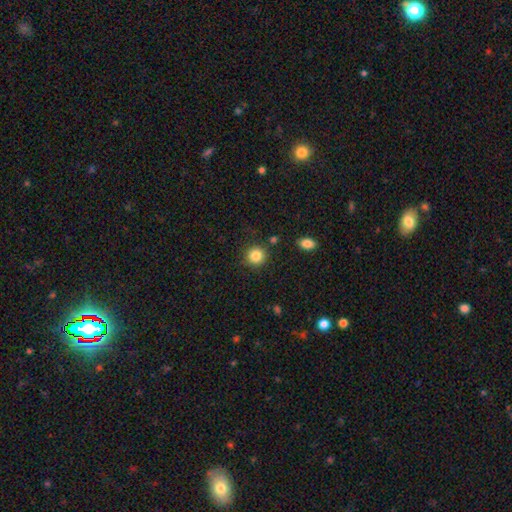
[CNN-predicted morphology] Smooth or featured?
  - smooth: 85% *
  - star or artifact: 10%
  - featured or disk: 5%
How rounded?
  - round: 91% *
  - in between: 8%
  - cigar-shaped: 1%
Merging?
  - none: 87% *
  - minor disturbance: 7%
  - merger: 3%
  - major disturbance: 3%